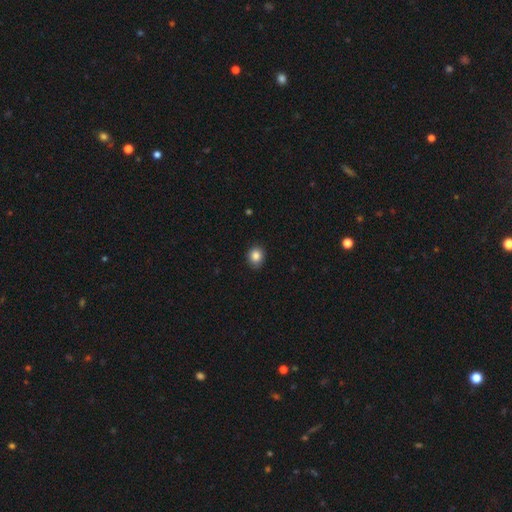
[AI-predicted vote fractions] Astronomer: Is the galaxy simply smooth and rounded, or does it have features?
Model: smooth — 85%.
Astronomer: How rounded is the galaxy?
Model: round — 70%.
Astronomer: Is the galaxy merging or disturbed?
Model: none — 87%.